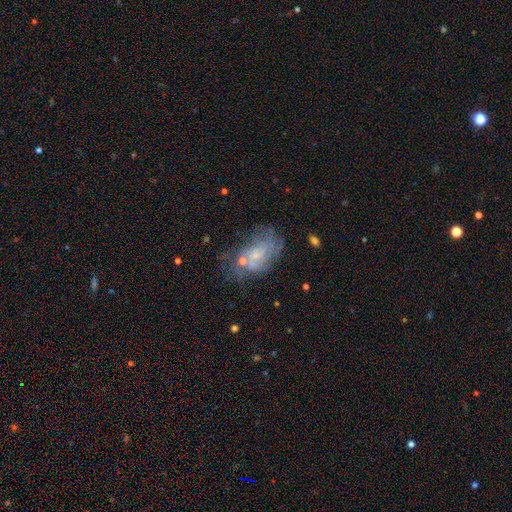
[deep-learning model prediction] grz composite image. It shows a featured or disk galaxy (62%) with no bar (75%), spiral arms (69%) and a small central bulge (65%). Merging: none (45%).